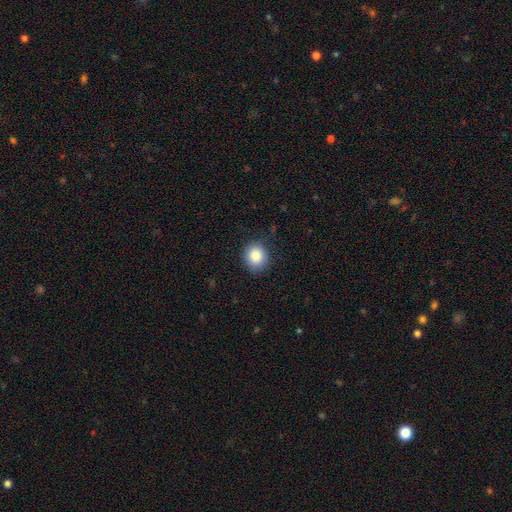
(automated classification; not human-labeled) Morphology: type=smooth (87%); roundness=round (81%); merging=none (86%).